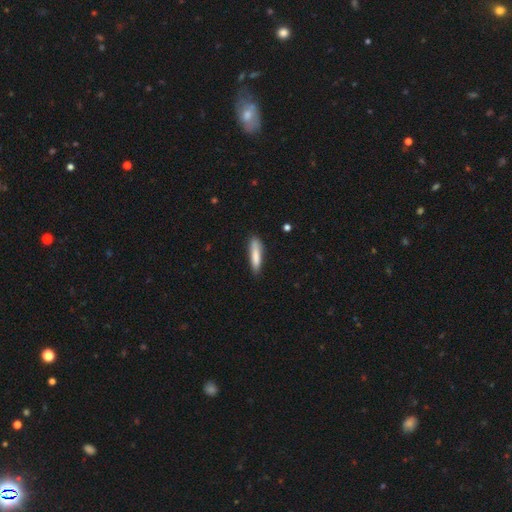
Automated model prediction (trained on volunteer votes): Morphology: type=smooth (81%); roundness=cigar-shaped (80%); merging=none (77%).